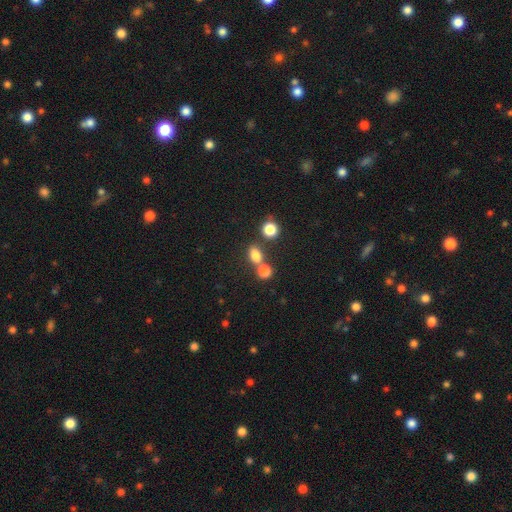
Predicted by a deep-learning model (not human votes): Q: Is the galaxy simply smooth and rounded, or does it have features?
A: smooth — 79%.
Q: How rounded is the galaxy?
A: in between — 60%.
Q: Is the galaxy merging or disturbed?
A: none — 47%.